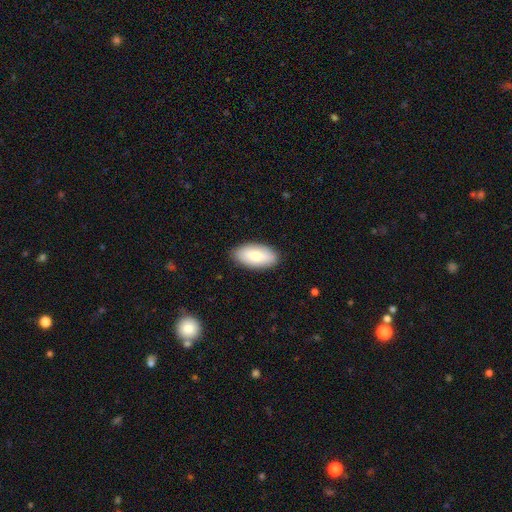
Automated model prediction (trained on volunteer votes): smooth 75%, featured or disk 19%, star or artifact 6%. Down the decision tree: how rounded — in between (93%); merging — none (88%).